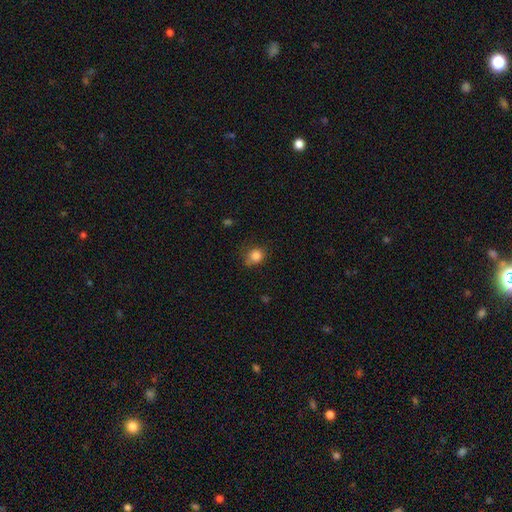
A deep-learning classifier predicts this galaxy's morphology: smooth-or-featured: smooth: 84% | star or artifact: 11% | featured or disk: 5%
  how-rounded: round: 75% | in between: 24% | cigar-shaped: 1%
  merging: none: 67% | minor disturbance: 25% | major disturbance: 6% | merger: 2%